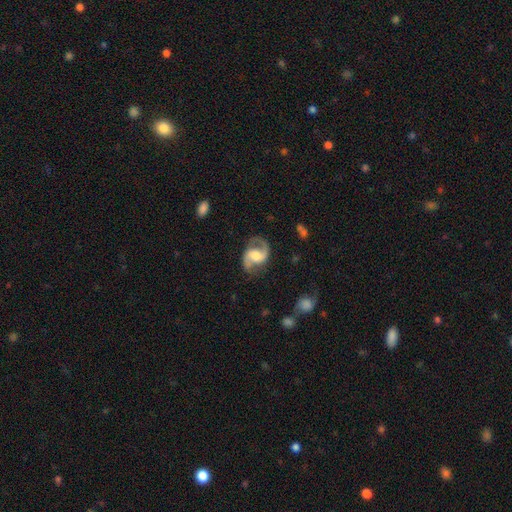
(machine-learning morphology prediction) type=featured or disk (88%); edge-on=no (98%); bar=weak (43%); spiral arms=yes (97%); winding=medium (52%); arm count=2 (92%); bulge=moderate (55%); merging=none (76%).